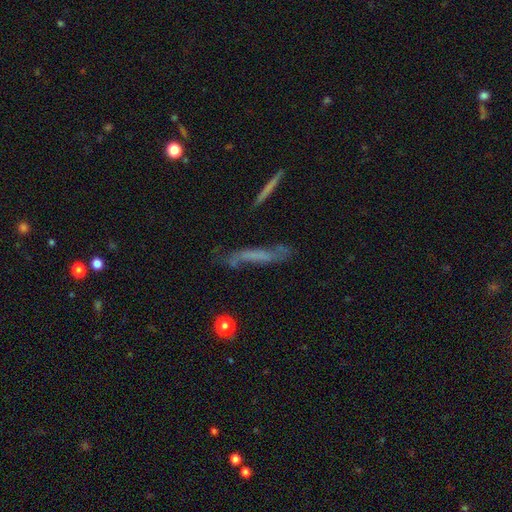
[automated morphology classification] A featured or disk galaxy (50%). Merging: none (57%).